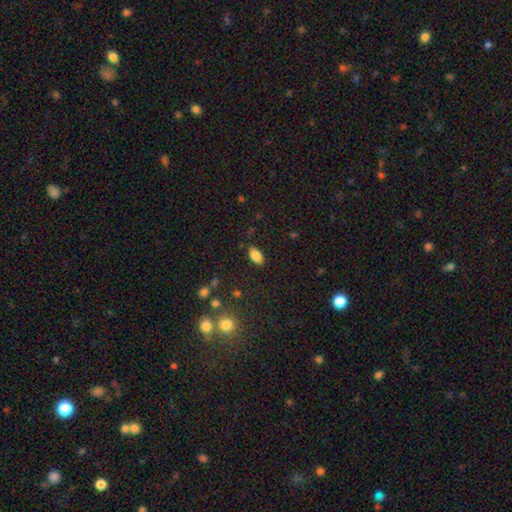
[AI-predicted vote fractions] Smooth or featured?
  - smooth: 83% *
  - star or artifact: 9%
  - featured or disk: 7%
How rounded?
  - in between: 92% *
  - cigar-shaped: 4%
  - round: 4%
Merging?
  - none: 85% *
  - minor disturbance: 10%
  - major disturbance: 3%
  - merger: 2%